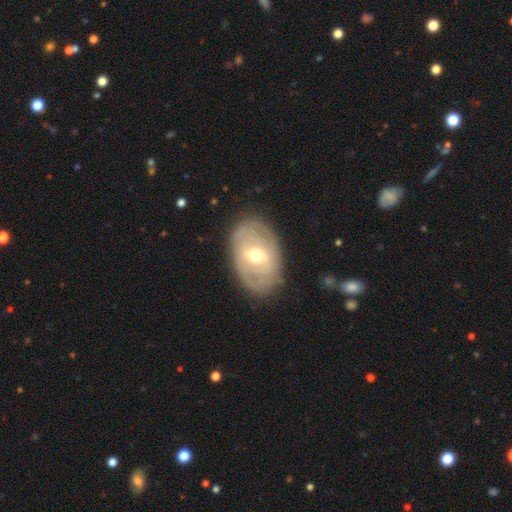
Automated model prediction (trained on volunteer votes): Overall: featured or disk (66%; smooth 28%). Edge-on disk: no (93%). Bar: weak (48%; strong 26%). Spiral arms: yes (53%; no 47%). Bulge size: moderate (69%). Merging: none (81%).